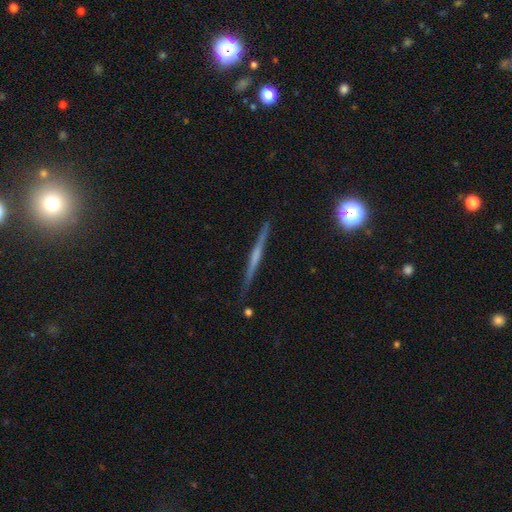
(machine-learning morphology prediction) type=featured or disk (68%); edge-on=yes (98%); edge-on bulge=none (57%); merging=none (89%).